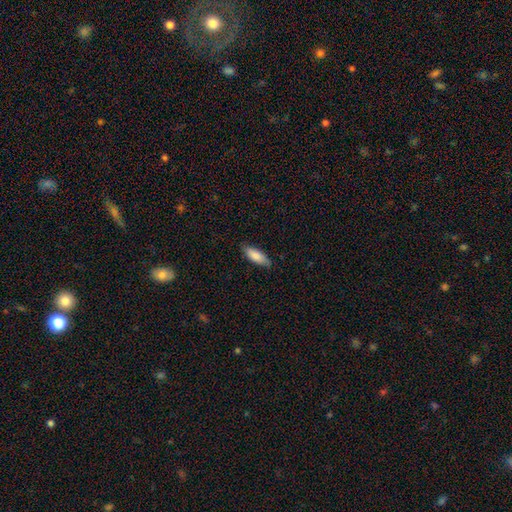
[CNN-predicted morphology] The model was most divided on "how rounded": in between: 63%, cigar-shaped: 35%, round: 2%. More confident: smooth or featured — smooth (83%); merging — none (82%).